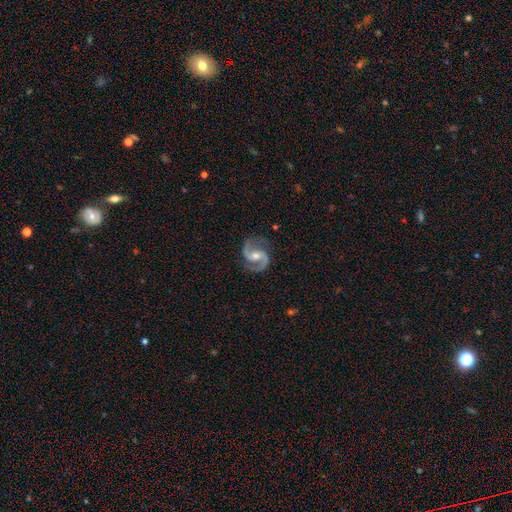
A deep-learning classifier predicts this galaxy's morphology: A featured or disk galaxy (93%) with no bar (43%), 2 (94%) medium (65%) spiral arms (98%) and a moderate central bulge (67%).

Vote fractions:
- Smooth or featured? featured or disk: 93% / star or artifact: 4% / smooth: 3%
- Edge-on disk? no: 98% / yes: 2%
- Bar? no: 43% / weak: 42% / strong: 16%
- Spiral arms? yes: 98% / no: 2%
- Spiral winding? medium: 65% / tight: 17% / loose: 17%
- Spiral arm count? 2: 94% / can't tell: 1% / 3: 1% / 1: 1% / 4: 1% / more than 4: 1%
- Bulge size? moderate: 67% / small: 25% / large: 4% / none: 2% / dominant: 1%
- Merging? none: 83% / minor disturbance: 12% / major disturbance: 4% / merger: 1%